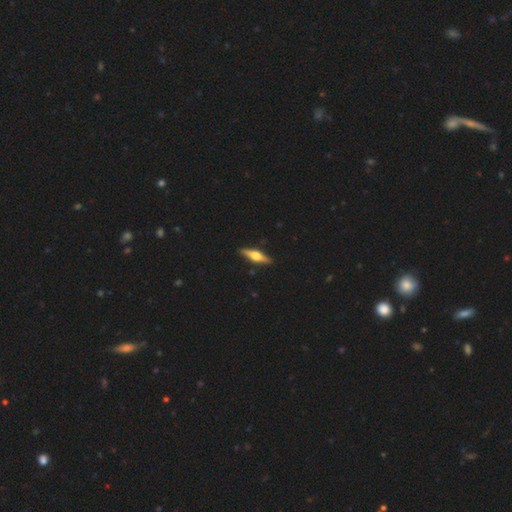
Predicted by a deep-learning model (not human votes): This is likely a featured or disk galaxy (70%). It is clearly viewed edge-on (97%). Edge-on bulge: clearly rounded (94%). Merging: clearly none (91%).